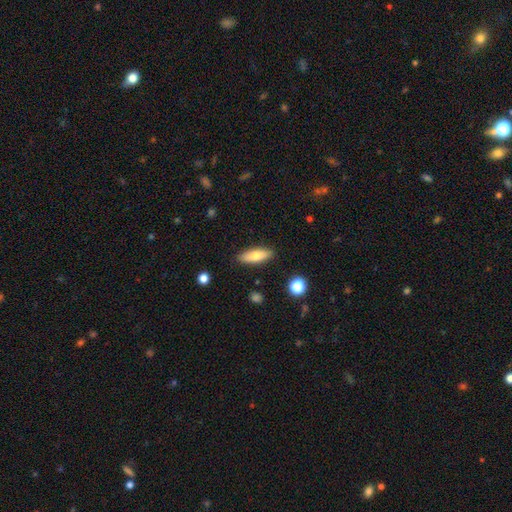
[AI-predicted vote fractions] Q: Smooth or featured?
A: smooth (71%); runner-up: featured or disk (22%)
Q: How rounded?
A: in between (56%); runner-up: cigar-shaped (41%)
Q: Merging?
A: none (87%); runner-up: minor disturbance (9%)